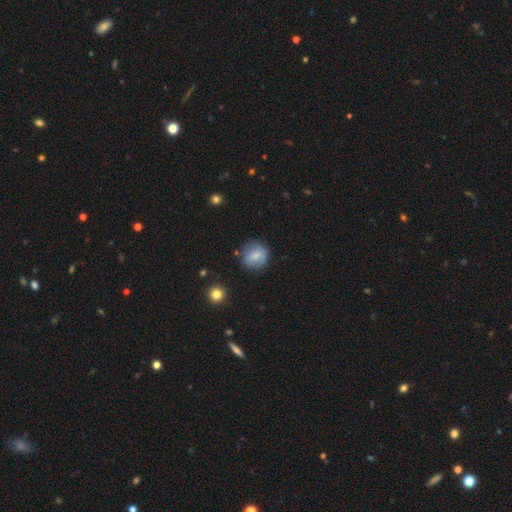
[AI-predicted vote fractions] This is likely a smooth galaxy (76%). How rounded: clearly round (80%). Merging: likely none (75%).